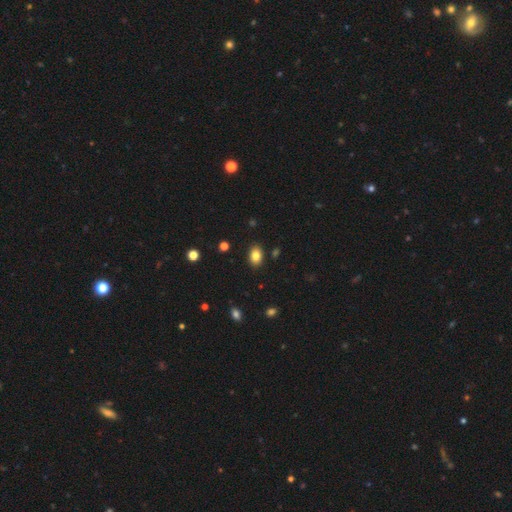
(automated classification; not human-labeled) smooth 84%, star or artifact 10%, featured or disk 7%. Down the decision tree: how rounded — in between (77%); merging — none (87%).